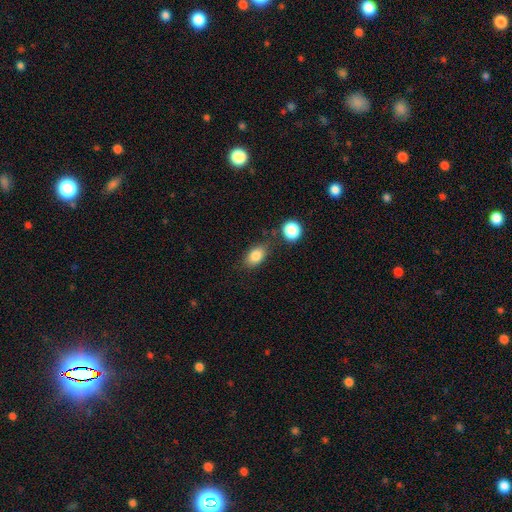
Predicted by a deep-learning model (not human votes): Smooth or featured?
  - smooth: 83% *
  - star or artifact: 9%
  - featured or disk: 8%
How rounded?
  - in between: 81% *
  - round: 17%
  - cigar-shaped: 2%
Merging?
  - none: 73% *
  - minor disturbance: 16%
  - merger: 7%
  - major disturbance: 4%